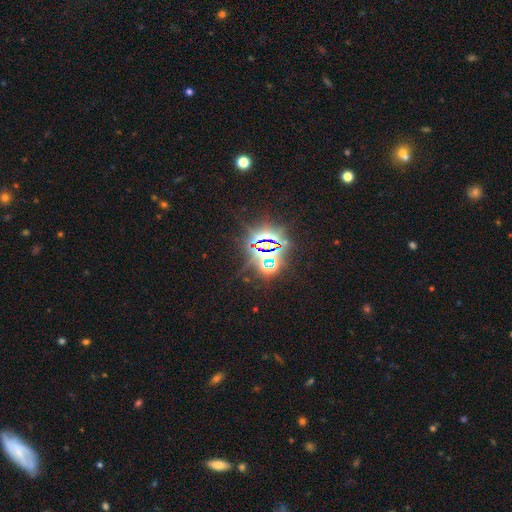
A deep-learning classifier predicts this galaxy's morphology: Smooth or featured? Predicted: star or artifact (p=0.84).